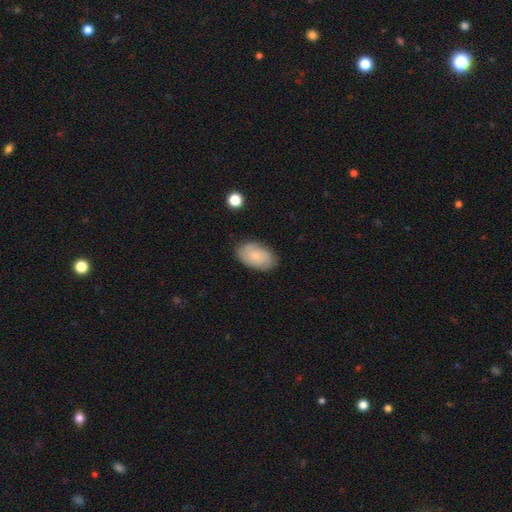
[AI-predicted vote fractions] Q: Smooth or featured?
A: smooth (75%); runner-up: featured or disk (18%)
Q: How rounded?
A: in between (94%); runner-up: round (5%)
Q: Merging?
A: none (83%); runner-up: minor disturbance (13%)